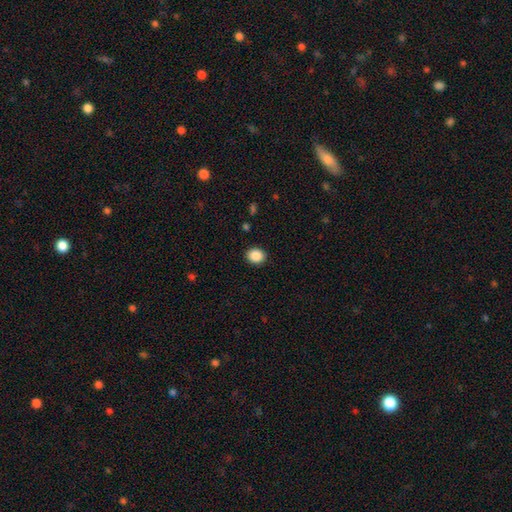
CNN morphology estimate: Overall: smooth (88%). How rounded: round (67%; in between 32%). Merging: none (91%).